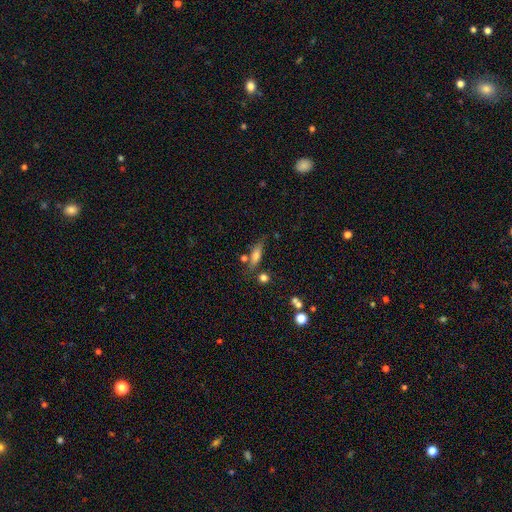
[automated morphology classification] Smooth or featured? Predicted: smooth (p=0.63). How rounded? Predicted: cigar-shaped (p=0.52). Merging? Predicted: none (p=0.67).